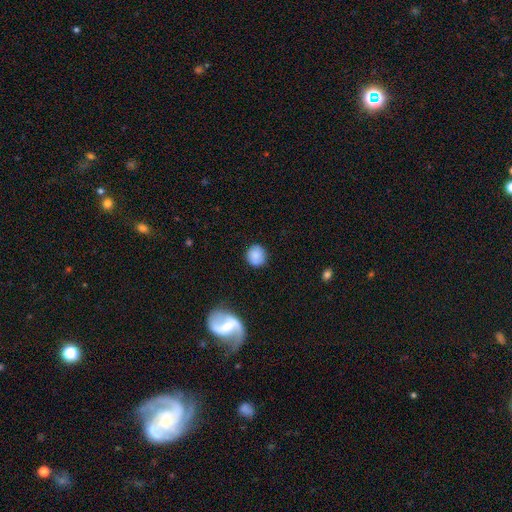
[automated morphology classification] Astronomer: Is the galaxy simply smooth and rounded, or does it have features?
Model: smooth — 81%.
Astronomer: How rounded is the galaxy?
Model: round — 85%.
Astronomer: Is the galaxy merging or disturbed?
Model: none — 81%.